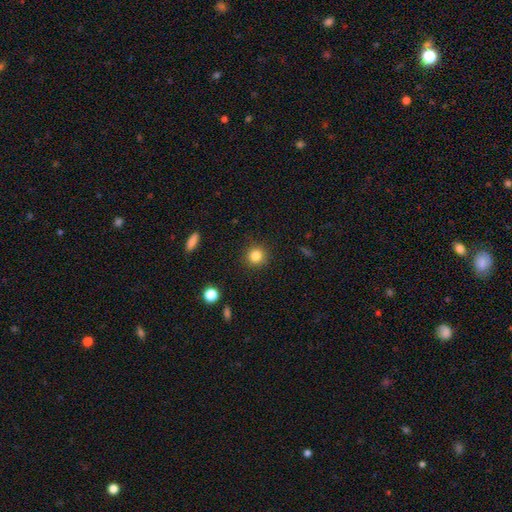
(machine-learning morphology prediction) Q: Smooth or featured?
A: smooth (83%); runner-up: star or artifact (11%)
Q: How rounded?
A: round (93%); runner-up: in between (6%)
Q: Merging?
A: none (91%); runner-up: minor disturbance (6%)